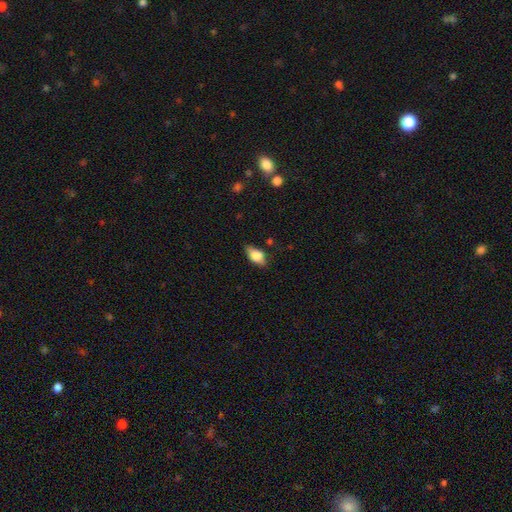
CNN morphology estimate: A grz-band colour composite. It shows a smooth galaxy with no disk features (75%) that is in between round and cigar-shaped (86%). Merging: none (72%).